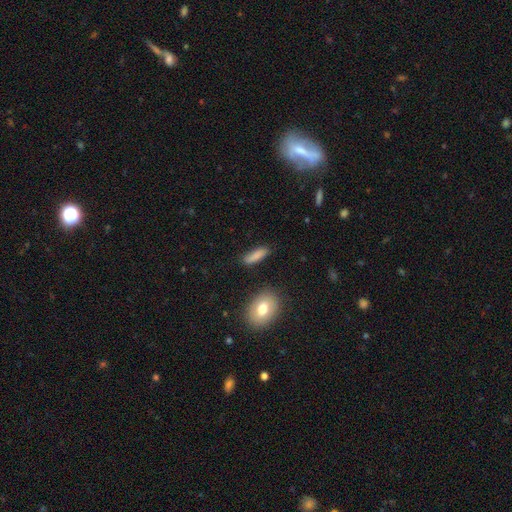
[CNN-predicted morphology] Overall: smooth (85%). How rounded: cigar-shaped (57%; in between 40%). Merging: none (84%).